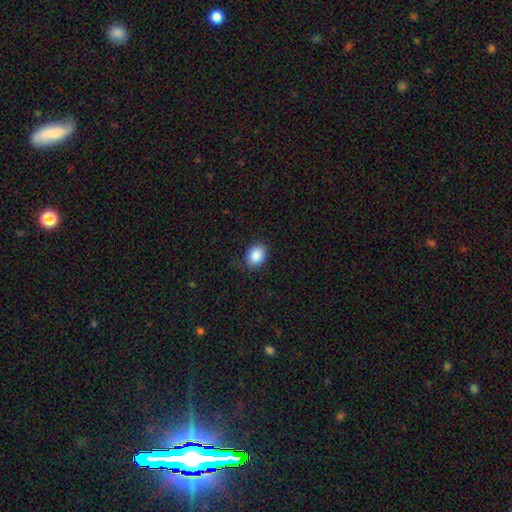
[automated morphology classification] The model was most divided on "how rounded": in between: 58%, round: 41%, cigar-shaped: 1%. More confident: smooth or featured — smooth (88%); merging — none (85%).